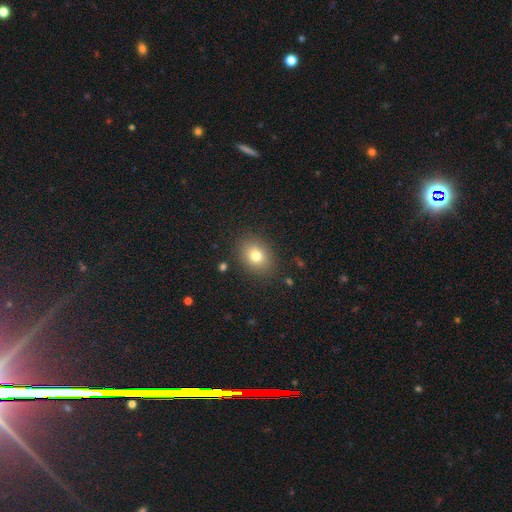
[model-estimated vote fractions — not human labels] A smooth galaxy with no disk features (77%) that is in between round and cigar-shaped (54%).

Vote fractions:
- Smooth or featured? smooth: 77% / star or artifact: 12% / featured or disk: 11%
- How rounded? in between: 54% / round: 45% / cigar-shaped: 1%
- Merging? none: 86% / minor disturbance: 10% / major disturbance: 3% / merger: 2%